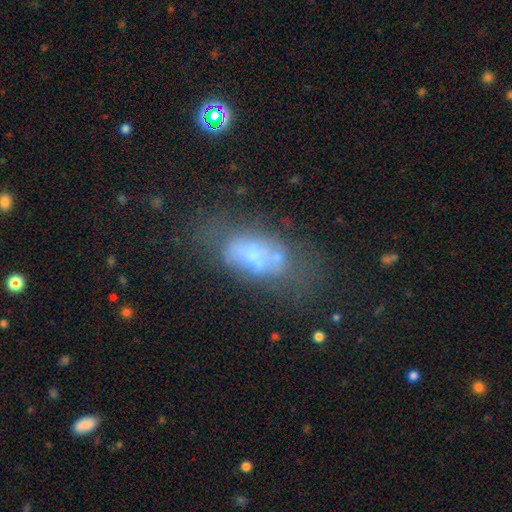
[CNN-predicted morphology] Q: Smooth or featured?
A: smooth (44%); runner-up: featured or disk (43%)
Q: Merging?
A: none (36%); runner-up: major disturbance (23%)